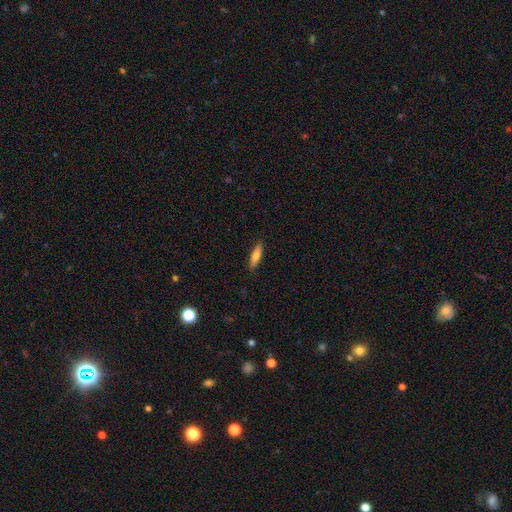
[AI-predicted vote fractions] A smooth galaxy with no disk features (73%) that is cigar-shaped (68%).

Vote fractions:
- Smooth or featured? smooth: 73% / featured or disk: 21% / star or artifact: 6%
- How rounded? cigar-shaped: 68% / in between: 30% / round: 2%
- Merging? none: 89% / minor disturbance: 8% / major disturbance: 2% / merger: 1%